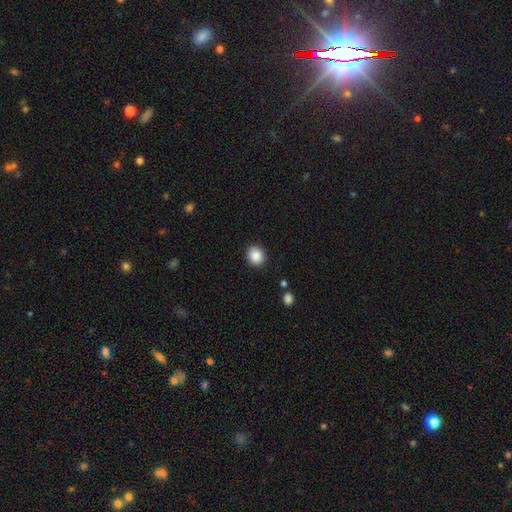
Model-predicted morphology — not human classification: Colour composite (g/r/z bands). It shows a smooth galaxy with no disk features (88%) that is round (78%). Merging: none (90%).